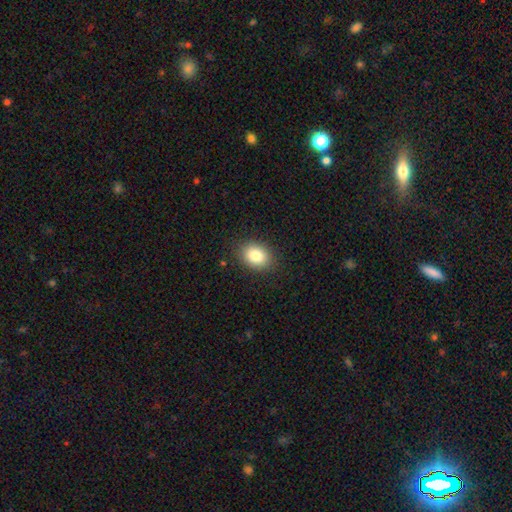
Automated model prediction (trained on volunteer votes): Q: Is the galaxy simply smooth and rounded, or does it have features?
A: smooth — 84%.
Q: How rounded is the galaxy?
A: in between — 66%.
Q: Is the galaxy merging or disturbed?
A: none — 87%.